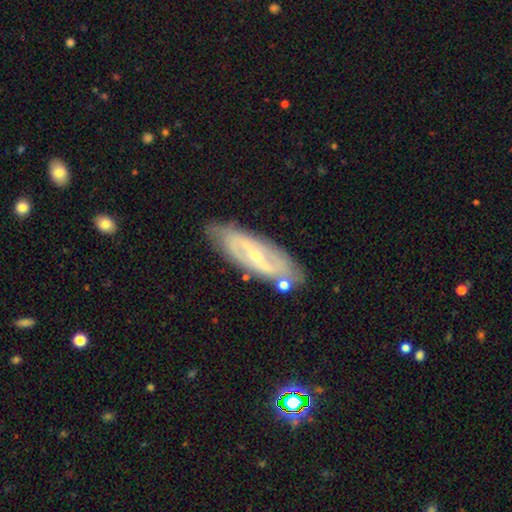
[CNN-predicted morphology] smooth_or_featured: featured or disk (p=0.79) [alt: smooth p=0.15]
disk_edge_on: no (p=0.84) [alt: yes p=0.16]
bar: strong (p=0.41) [alt: weak p=0.38]
has_spiral_arms: yes (p=0.85) [alt: no p=0.15]
spiral_winding: medium (p=0.40) [alt: tight p=0.31]
spiral_arm_count: 2 (p=0.77) [alt: can't tell p=0.16]
bulge_size: small (p=0.73) [alt: moderate p=0.23]
merging: none (p=0.79) [alt: minor disturbance p=0.15]